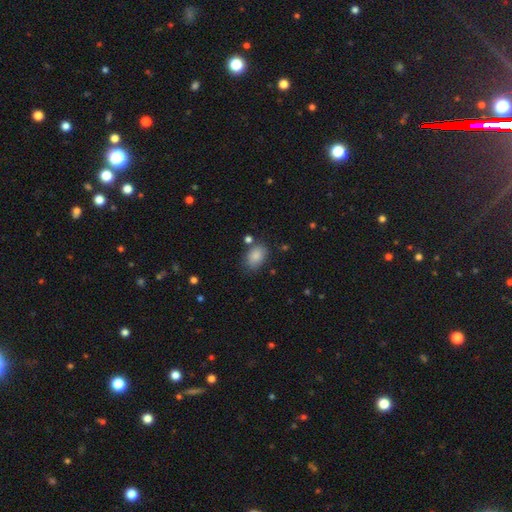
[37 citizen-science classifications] Q: Smooth or featured?
A: smooth (89%); runner-up: featured or disk (5%)
Q: How rounded?
A: in between (97%); runner-up: round (3%)
Q: Merging?
A: none (66%); runner-up: minor disturbance (29%)